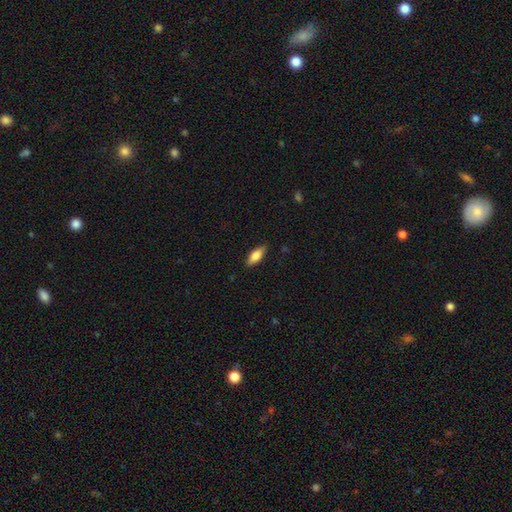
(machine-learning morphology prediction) This is likely a smooth galaxy (75%). How rounded: likely in between (72%). Merging: clearly none (86%).